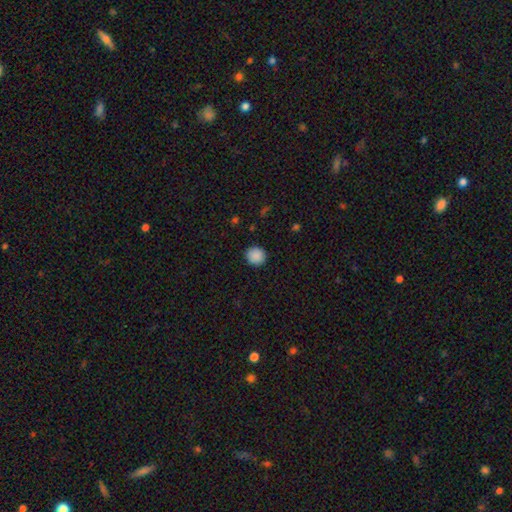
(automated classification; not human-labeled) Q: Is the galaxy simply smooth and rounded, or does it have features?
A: smooth — 89%.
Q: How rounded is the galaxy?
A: round — 92%.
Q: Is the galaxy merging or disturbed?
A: none — 91%.